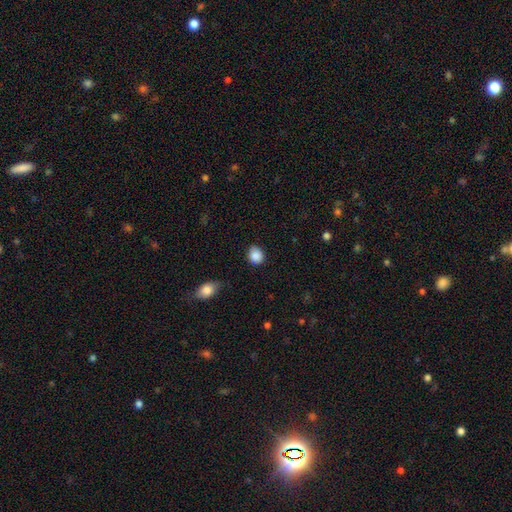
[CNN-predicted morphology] type=smooth (86%); roundness=round (67%); merging=none (77%).